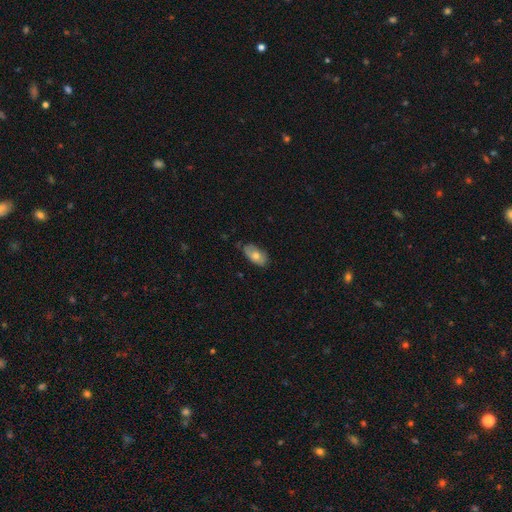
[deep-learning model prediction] A smooth galaxy with no disk features (67%) that is in between round and cigar-shaped (92%). Merging: none (68%).